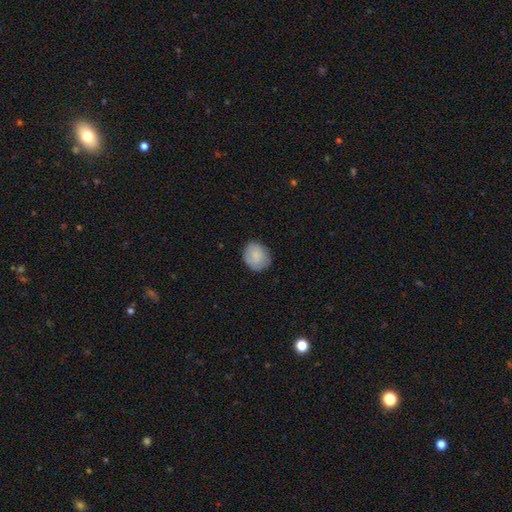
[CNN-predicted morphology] Overall: smooth (82%). How rounded: round (73%). Merging: none (78%).